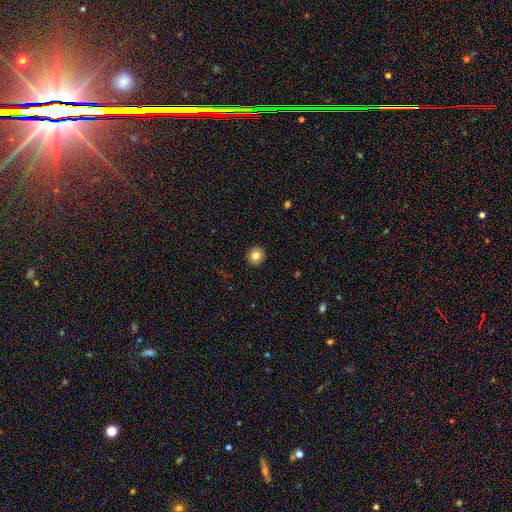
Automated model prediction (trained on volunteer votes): The model was most divided on "smooth or featured": smooth: 82%, star or artifact: 10%, featured or disk: 8%. More confident: how rounded — round (94%); merging — none (93%).